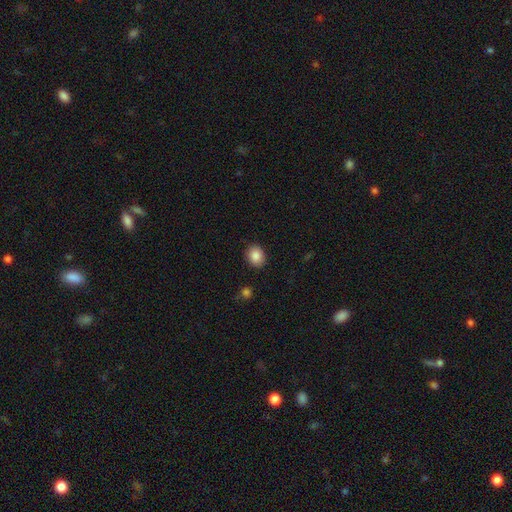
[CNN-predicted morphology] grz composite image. It shows a smooth galaxy with no disk features (87%) that is round (52%). Merging: none (88%).